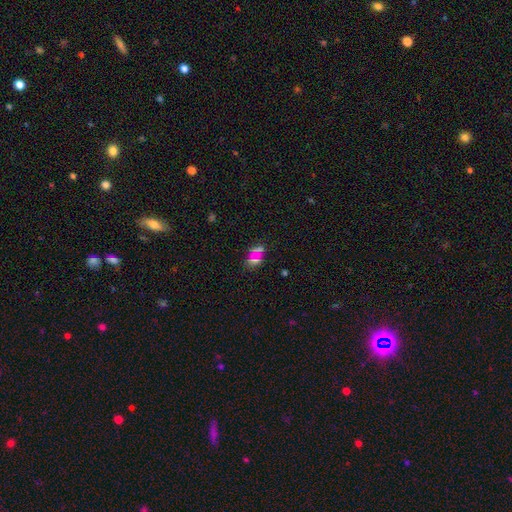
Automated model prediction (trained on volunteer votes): Smooth or featured?
  - smooth: 51% *
  - star or artifact: 38%
  - featured or disk: 10%
How rounded?
  - in between: 55% *
  - round: 39%
  - cigar-shaped: 6%
Merging?
  - none: 73% *
  - minor disturbance: 12%
  - merger: 8%
  - major disturbance: 7%